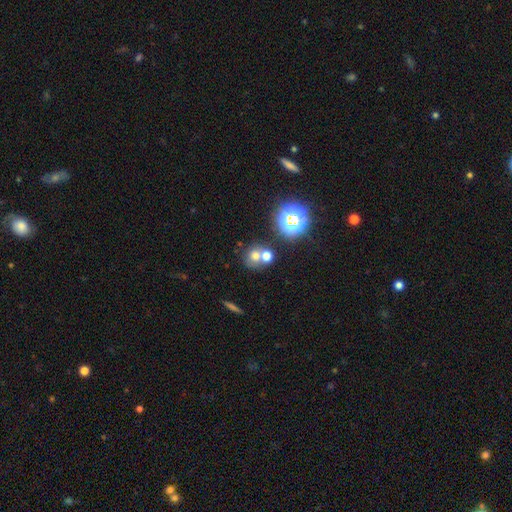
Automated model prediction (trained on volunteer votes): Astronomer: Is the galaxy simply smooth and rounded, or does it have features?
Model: smooth — 64%.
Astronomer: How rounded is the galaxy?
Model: round — 78%.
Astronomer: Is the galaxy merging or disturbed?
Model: merger — 48% (runner-up: none, 41%).